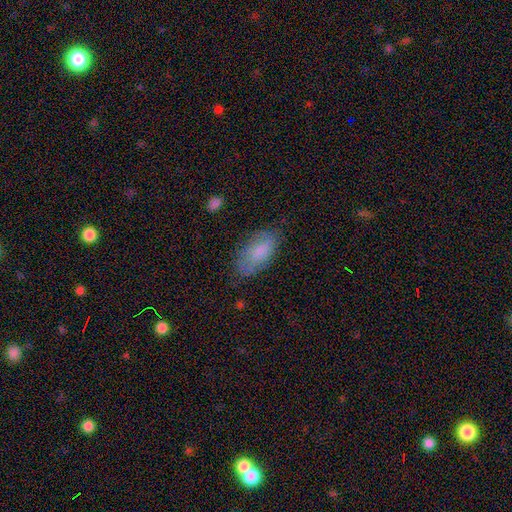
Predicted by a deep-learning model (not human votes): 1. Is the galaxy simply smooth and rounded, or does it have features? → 74% smooth, 18% featured or disk, 8% star or artifact.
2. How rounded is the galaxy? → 90% in between, 7% cigar-shaped, 3% round.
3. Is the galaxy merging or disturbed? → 71% none, 21% minor disturbance, 6% major disturbance, 1% merger.